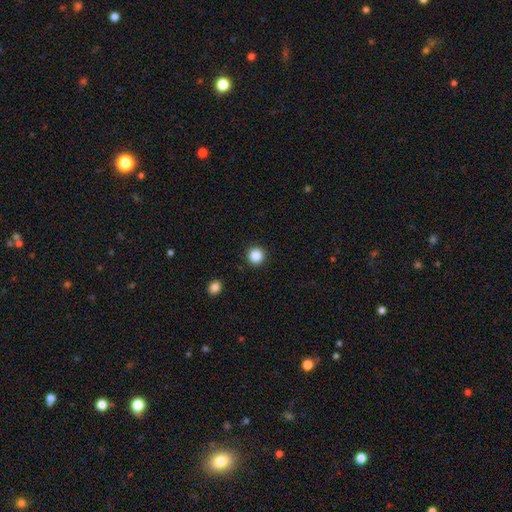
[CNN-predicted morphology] A smooth galaxy with no disk features (86%) that is round (95%). Merging: none (92%).